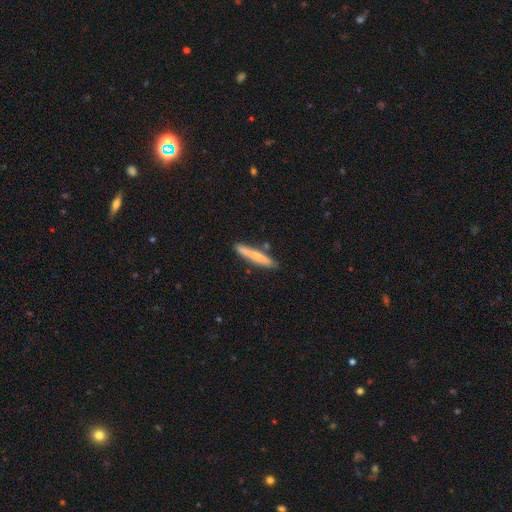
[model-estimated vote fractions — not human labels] smooth_or_featured: smooth (p=0.63) [alt: featured or disk p=0.31]
how_rounded: cigar-shaped (p=0.93) [alt: in between p=0.05]
merging: none (p=0.82) [alt: minor disturbance p=0.12]